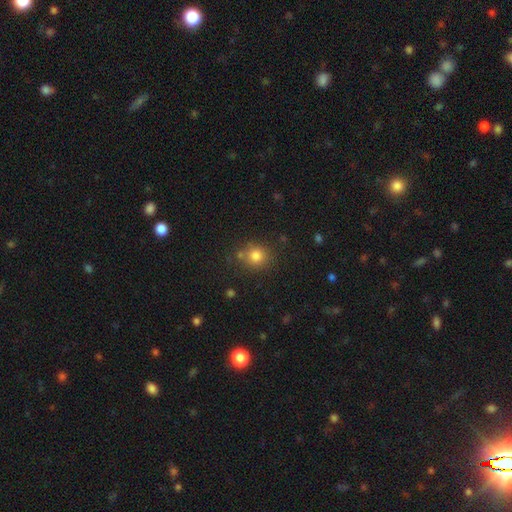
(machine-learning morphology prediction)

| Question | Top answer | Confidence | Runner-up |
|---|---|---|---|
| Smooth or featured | smooth | 80% | star or artifact (13%) |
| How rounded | round | 84% | in between (15%) |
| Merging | none | 74% | minor disturbance (13%) |